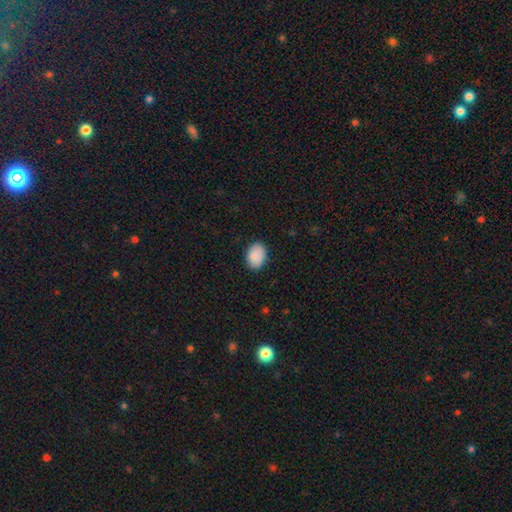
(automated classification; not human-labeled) A smooth galaxy with no disk features (88%) that is in between round and cigar-shaped (81%). Merging: none (86%).